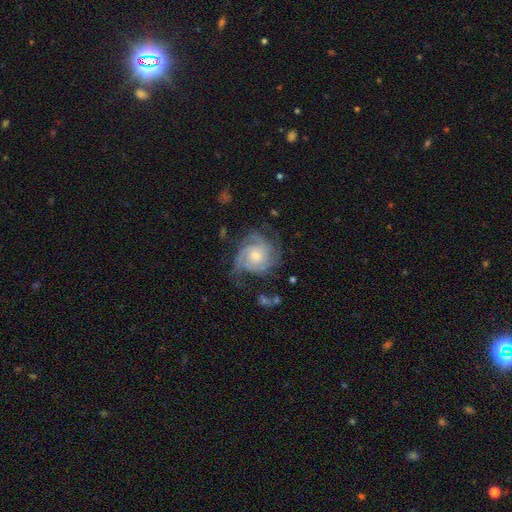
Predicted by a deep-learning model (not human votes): Overall: featured or disk (82%). Edge-on disk: no (98%). Bar: no (76%). Spiral arms: yes (95%). Spiral arm count: can't tell (29%; 3 27%). Spiral winding: tight (61%; medium 31%). Bulge size: moderate (52%; small 40%). Merging: none (59%; minor disturbance 23%).